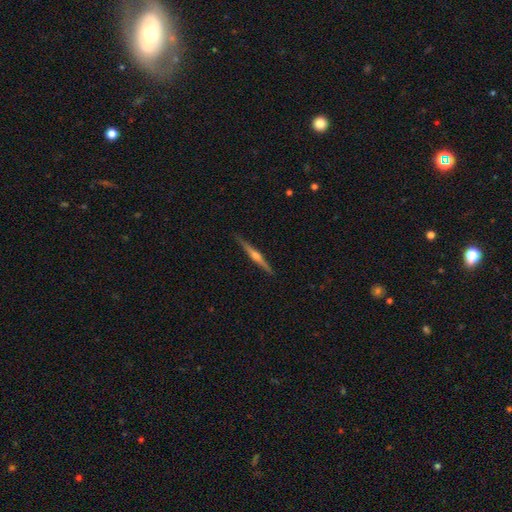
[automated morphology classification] The model was most divided on "smooth or featured": featured or disk: 77%, smooth: 17%, star or artifact: 5%. More confident: edge-on disk — yes (98%); merging — none (90%); edge-on bulge — rounded (87%).